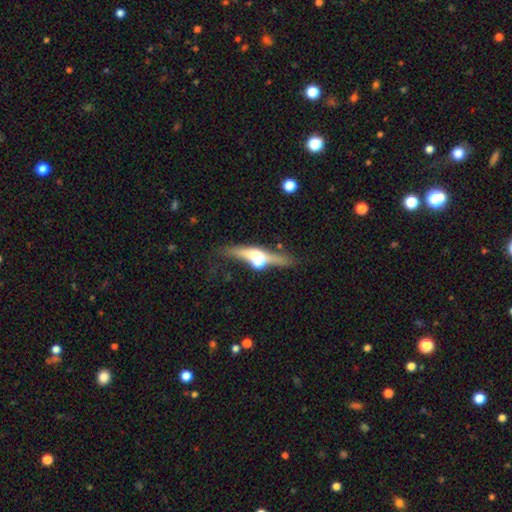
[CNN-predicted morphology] This appears to be a featured or disk galaxy (66%) viewed edge-on (88%) with a rounded central bulge (94%). Merging: none (57%).